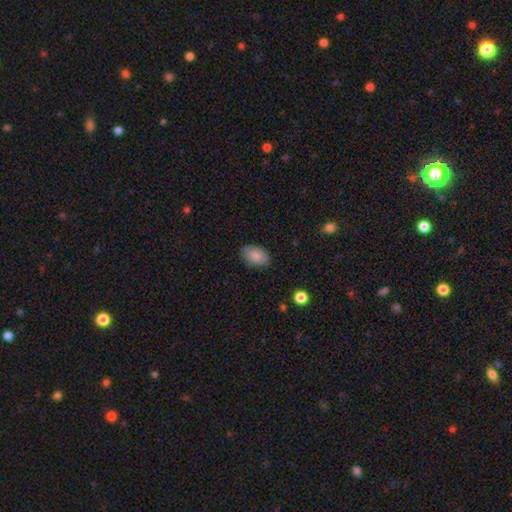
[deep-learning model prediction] Overall: smooth (84%). How rounded: in between (90%). Merging: none (84%).